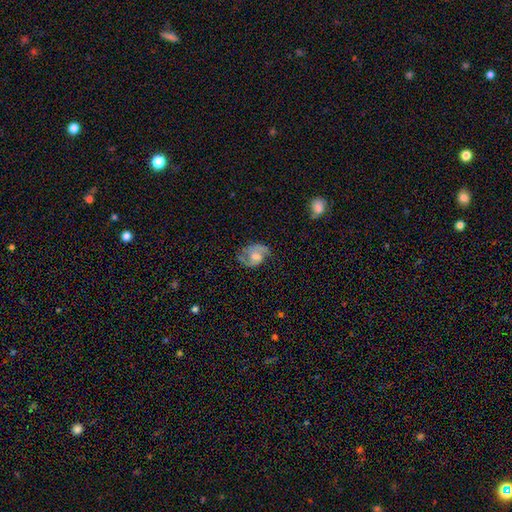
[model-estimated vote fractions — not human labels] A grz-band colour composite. It shows a featured or disk galaxy (65%) with no bar (53%), 2 (81%) medium (49%) spiral arms (86%) and a moderate central bulge (36%). Merging: none (59%).